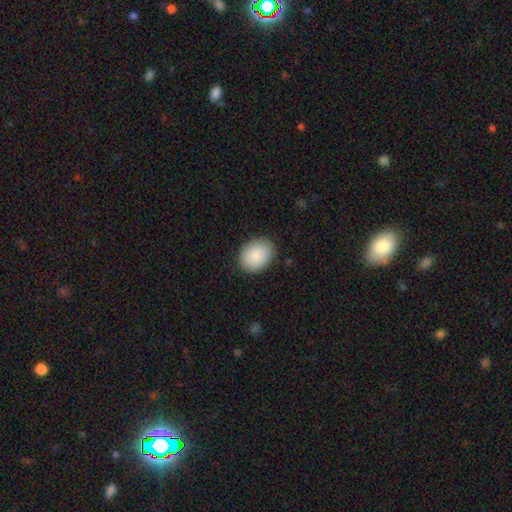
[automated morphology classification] The model was most divided on "how rounded": in between: 58%, round: 41%, cigar-shaped: 1%. More confident: smooth or featured — smooth (88%); merging — none (87%).